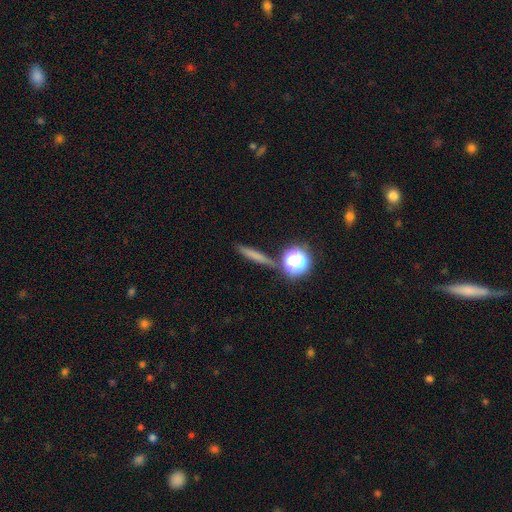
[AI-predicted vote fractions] Smooth or featured? Predicted: smooth (p=0.63). How rounded? Predicted: cigar-shaped (p=0.77). Merging? Predicted: none (p=0.82).